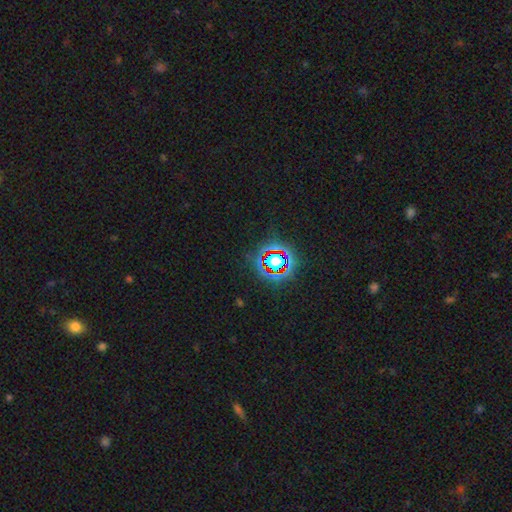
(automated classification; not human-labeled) Morphology: type=star or artifact (76%).